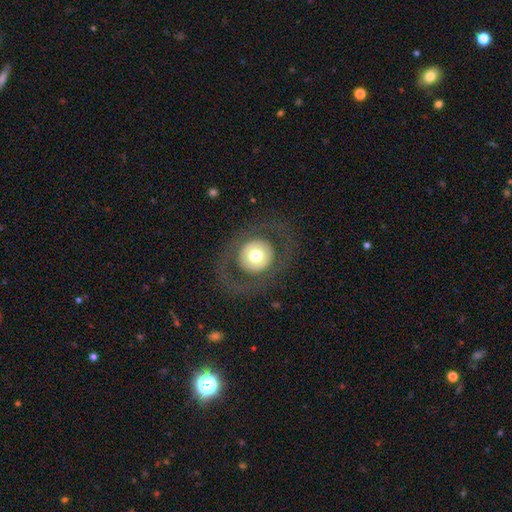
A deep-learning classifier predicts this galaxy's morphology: Smooth or featured? smooth (49%)
Merging? none (78%)